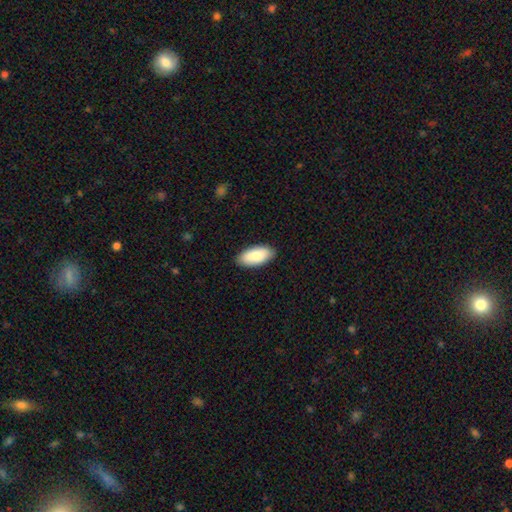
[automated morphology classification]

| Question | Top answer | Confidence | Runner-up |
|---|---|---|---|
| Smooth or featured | smooth | 87% | featured or disk (8%) |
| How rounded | in between | 92% | cigar-shaped (7%) |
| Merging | none | 89% | minor disturbance (9%) |